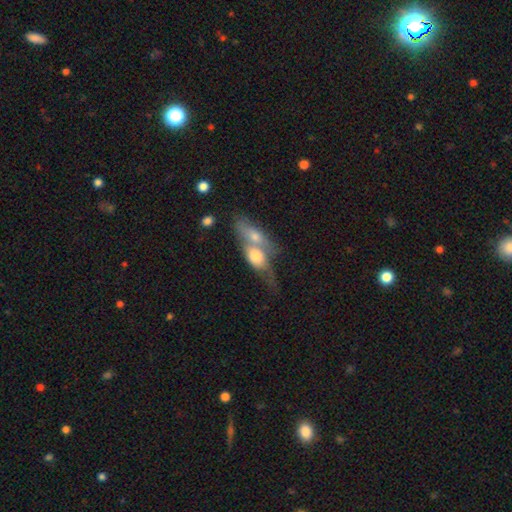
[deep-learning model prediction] Smooth or featured? Predicted: smooth (p=0.60). How rounded? Predicted: in between (p=0.67). Merging? Predicted: merger (p=0.72).